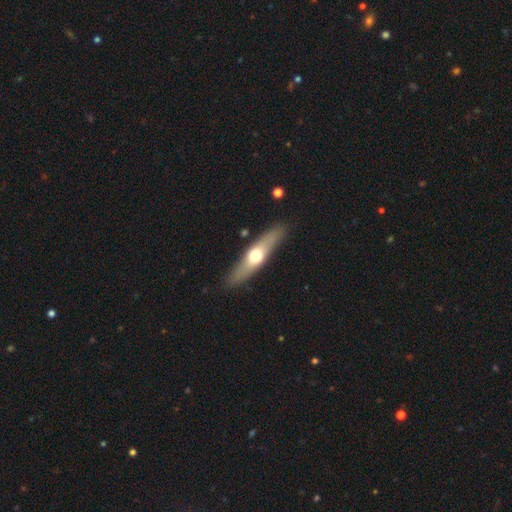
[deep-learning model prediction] Smooth or featured? Predicted: featured or disk (p=0.49). Merging? Predicted: none (p=0.87).